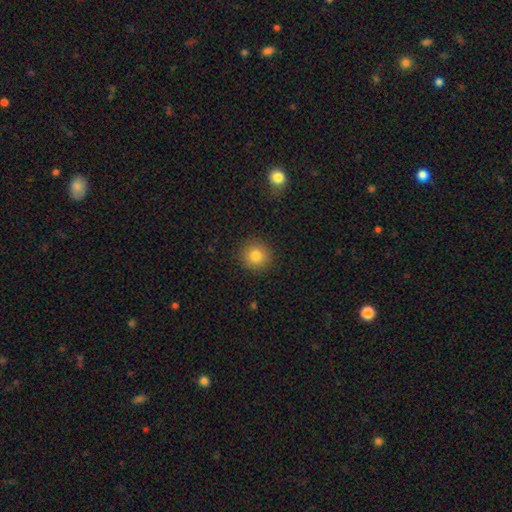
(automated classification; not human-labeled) A smooth galaxy with no disk features (81%) that is round (94%).

Vote fractions:
- Smooth or featured? smooth: 81% / star or artifact: 11% / featured or disk: 8%
- How rounded? round: 94% / in between: 5% / cigar-shaped: 1%
- Merging? none: 90% / minor disturbance: 6% / major disturbance: 2% / merger: 1%